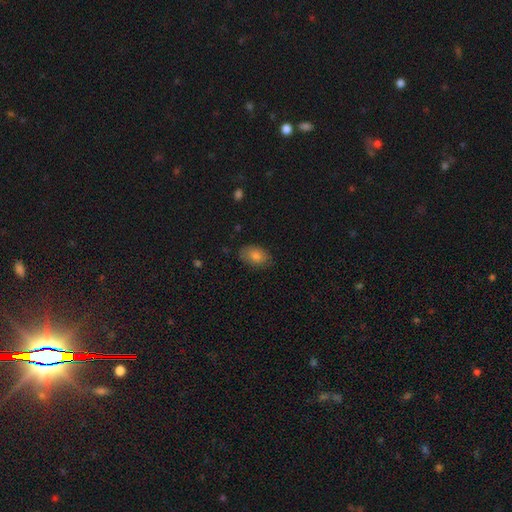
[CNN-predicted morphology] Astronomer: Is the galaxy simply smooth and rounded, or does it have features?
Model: smooth — 79%.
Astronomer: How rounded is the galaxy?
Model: in between — 88%.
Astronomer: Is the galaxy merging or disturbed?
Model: none — 80%.